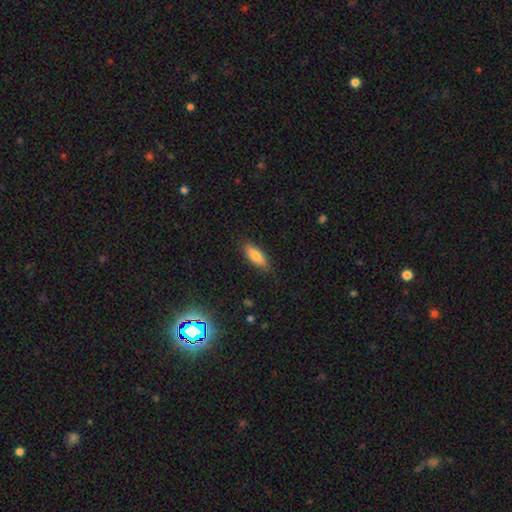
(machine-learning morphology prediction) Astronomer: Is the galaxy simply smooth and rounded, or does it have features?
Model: smooth — 79%.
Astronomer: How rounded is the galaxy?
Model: in between — 63%.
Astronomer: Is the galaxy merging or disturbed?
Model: none — 86%.